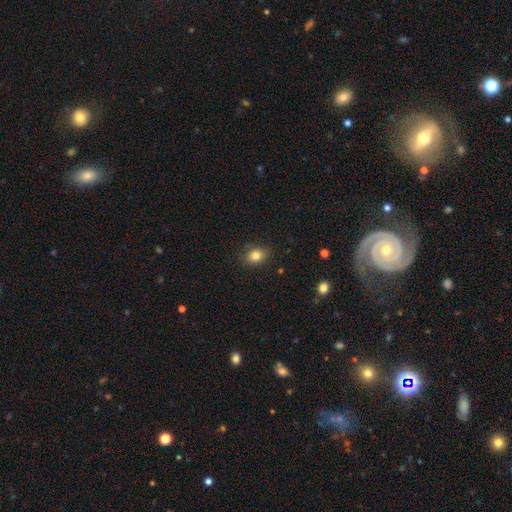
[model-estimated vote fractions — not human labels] smooth_or_featured: smooth (p=0.83) [alt: star or artifact p=0.11]
how_rounded: in between (p=0.54) [alt: round p=0.45]
merging: none (p=0.85) [alt: minor disturbance p=0.11]